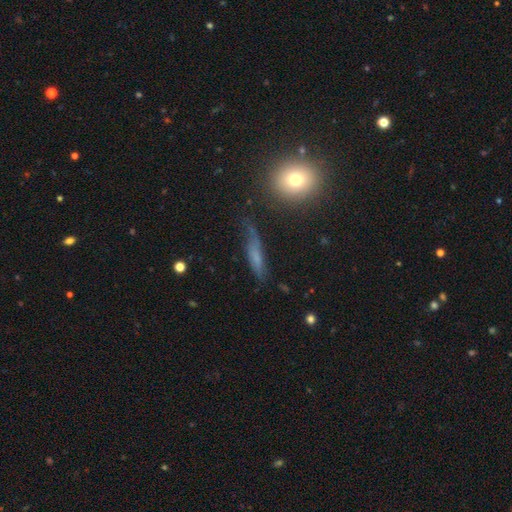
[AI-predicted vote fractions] Smooth or featured? smooth (49%)
Merging? none (59%)